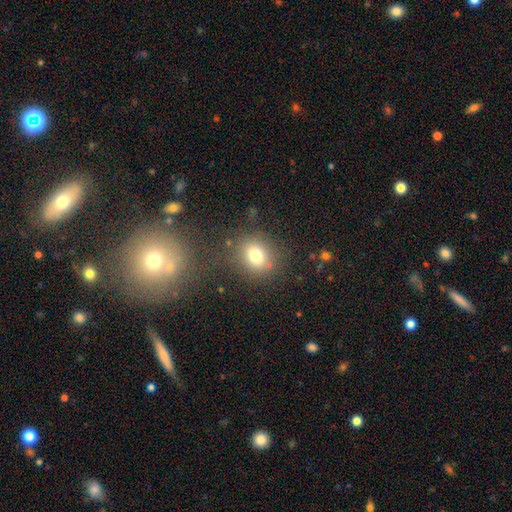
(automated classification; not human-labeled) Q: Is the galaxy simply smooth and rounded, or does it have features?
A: smooth — 77%.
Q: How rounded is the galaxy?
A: round — 64%.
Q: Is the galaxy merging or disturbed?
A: none — 75%.